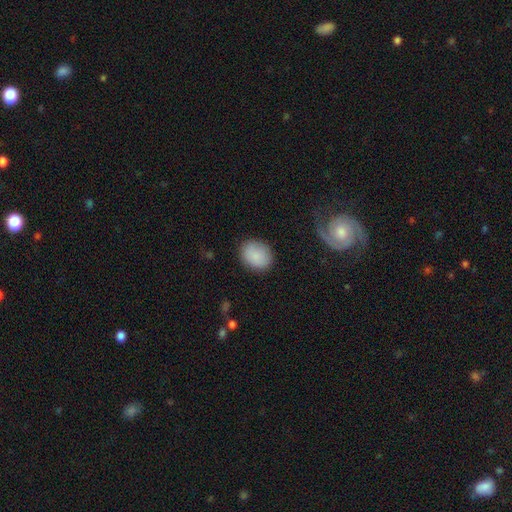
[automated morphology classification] A smooth galaxy with no disk features (87%) that is round (56%). Merging: none (85%).